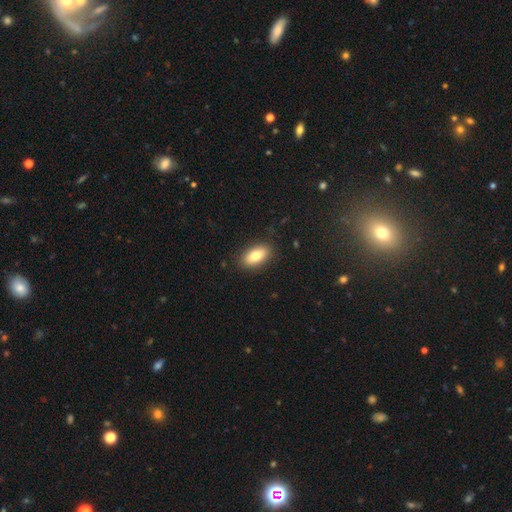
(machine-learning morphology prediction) The model was most divided on "smooth or featured": smooth: 80%, featured or disk: 13%, star or artifact: 7%. More confident: how rounded — in between (90%); merging — none (87%).